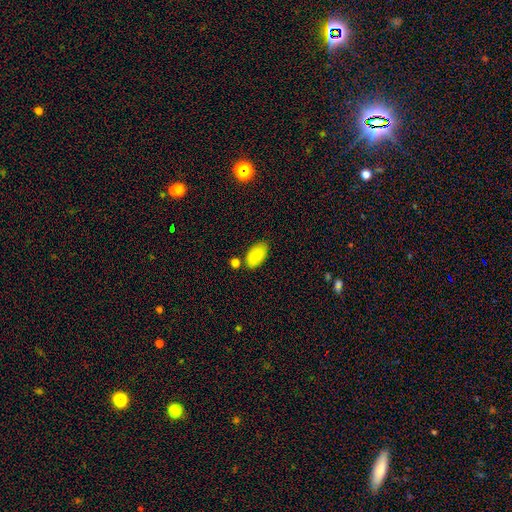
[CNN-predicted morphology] smooth_or_featured: smooth (p=0.88) [alt: star or artifact p=0.08]
how_rounded: in between (p=0.94) [alt: round p=0.04]
merging: none (p=0.74) [alt: minor disturbance p=0.15]